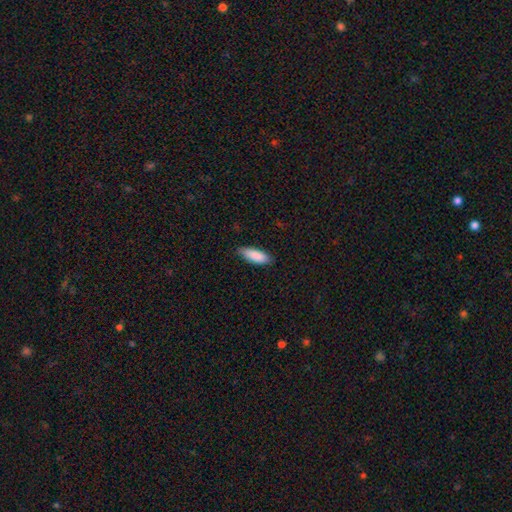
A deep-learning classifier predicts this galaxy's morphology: type=smooth (89%); roundness=in between (66%); merging=none (81%).